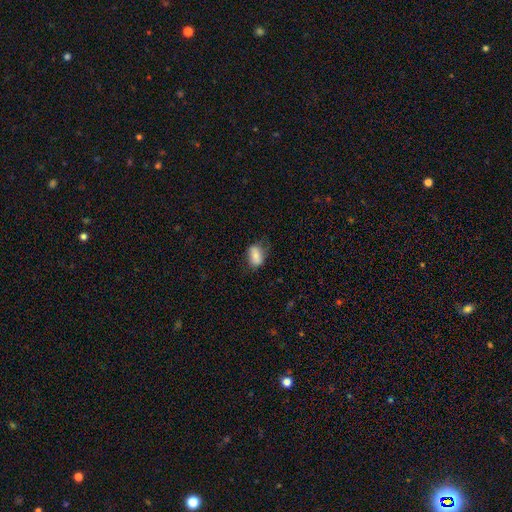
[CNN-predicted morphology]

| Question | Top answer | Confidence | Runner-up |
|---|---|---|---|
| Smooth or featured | smooth | 74% | featured or disk (18%) |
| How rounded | in between | 82% | round (16%) |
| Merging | none | 62% | minor disturbance (27%) |